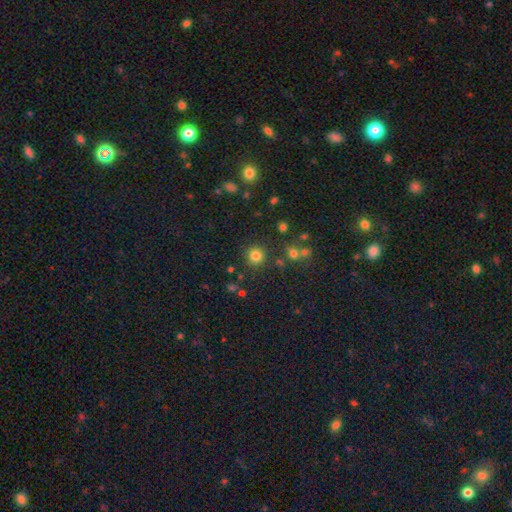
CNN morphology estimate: Smooth or featured? Predicted: smooth (p=0.80). How rounded? Predicted: round (p=0.94). Merging? Predicted: none (p=0.87).